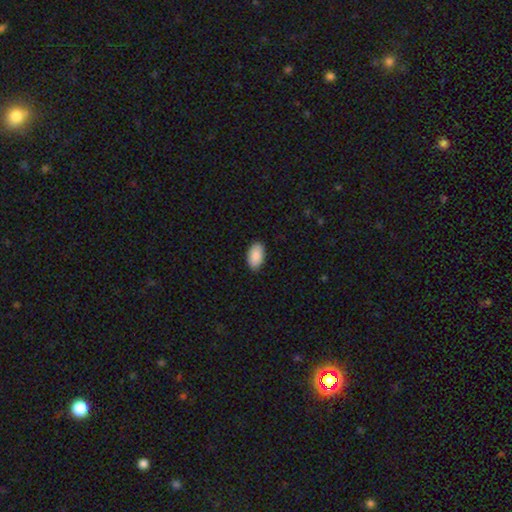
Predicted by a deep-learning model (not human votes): smooth-or-featured: smooth: 91% | star or artifact: 6% | featured or disk: 3%
  how-rounded: in between: 95% | round: 3% | cigar-shaped: 1%
  merging: none: 89% | minor disturbance: 8% | major disturbance: 2% | merger: 1%